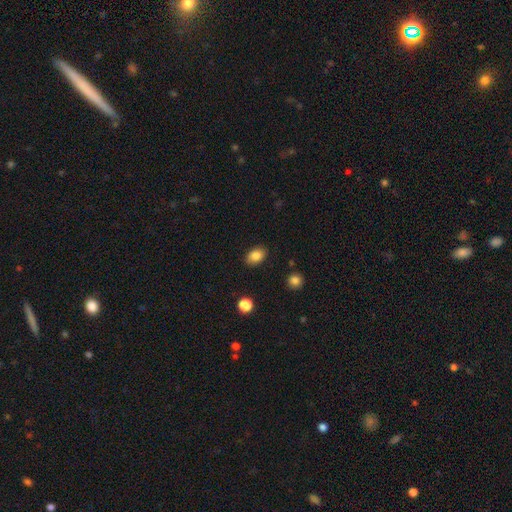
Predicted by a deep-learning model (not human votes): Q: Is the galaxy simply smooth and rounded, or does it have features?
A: smooth — 85%.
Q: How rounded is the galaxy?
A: in between — 83%.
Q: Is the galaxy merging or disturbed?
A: none — 87%.